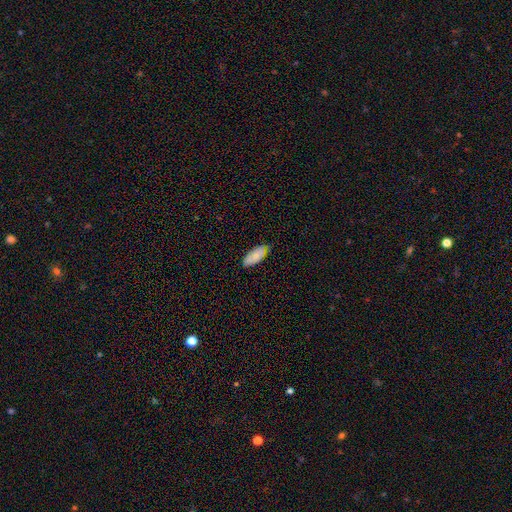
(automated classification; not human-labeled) A smooth galaxy with no disk features (80%) that is in between round and cigar-shaped (85%).

Vote fractions:
- Smooth or featured? smooth: 80% / featured or disk: 14% / star or artifact: 6%
- How rounded? in between: 85% / cigar-shaped: 13% / round: 2%
- Merging? none: 77% / minor disturbance: 19% / major disturbance: 3% / merger: 1%